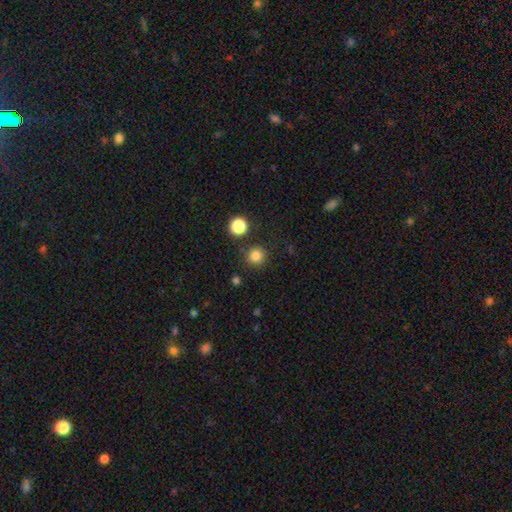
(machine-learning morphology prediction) smooth-or-featured: smooth: 82% | star or artifact: 13% | featured or disk: 4%
  how-rounded: round: 94% | in between: 5% | cigar-shaped: 1%
  merging: none: 87% | minor disturbance: 7% | merger: 4% | major disturbance: 3%